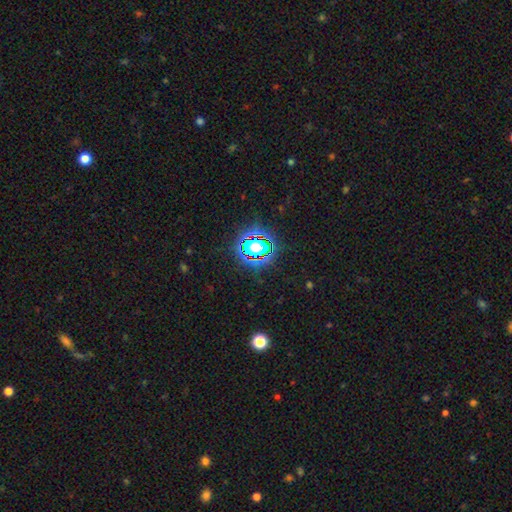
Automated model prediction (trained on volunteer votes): Smooth or featured? star or artifact (76%)